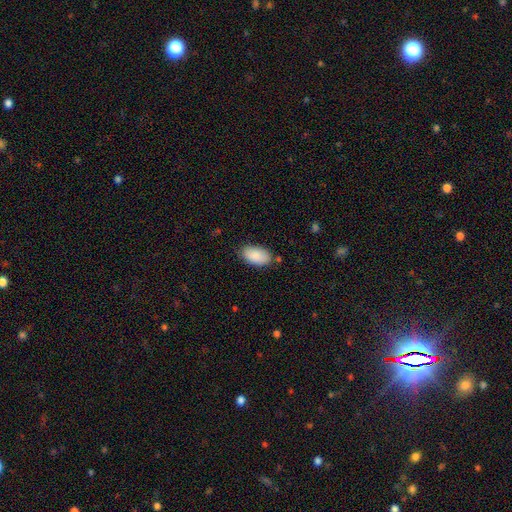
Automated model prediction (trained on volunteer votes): smooth_or_featured: smooth (p=0.89) [alt: star or artifact p=0.06]
how_rounded: in between (p=0.95) [alt: round p=0.03]
merging: none (p=0.80) [alt: minor disturbance p=0.15]